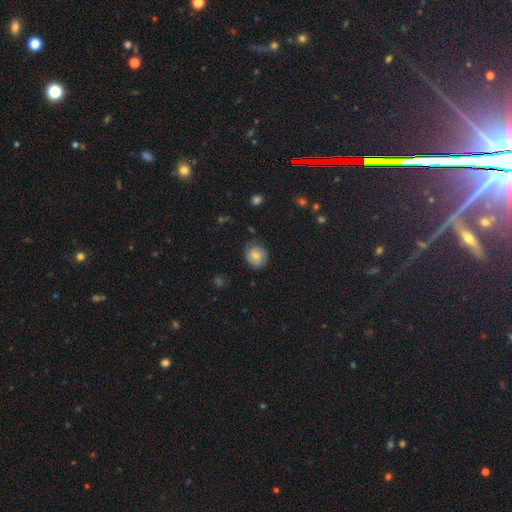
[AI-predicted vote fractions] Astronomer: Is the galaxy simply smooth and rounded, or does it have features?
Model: smooth — 64%.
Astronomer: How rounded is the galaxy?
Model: round — 75%.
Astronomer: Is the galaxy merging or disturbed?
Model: none — 76%.